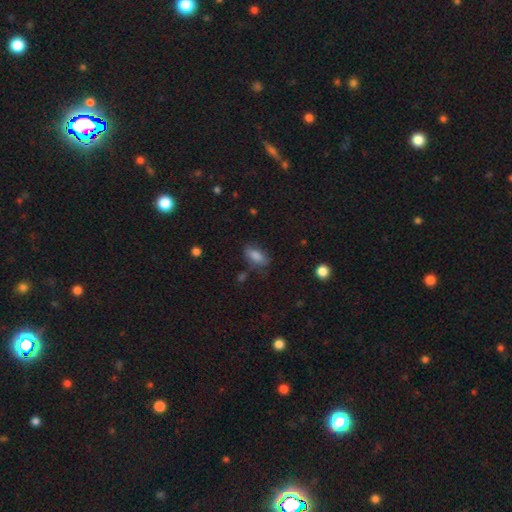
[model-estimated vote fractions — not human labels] Morphology: type=smooth (82%); roundness=in between (86%); merging=none (69%).